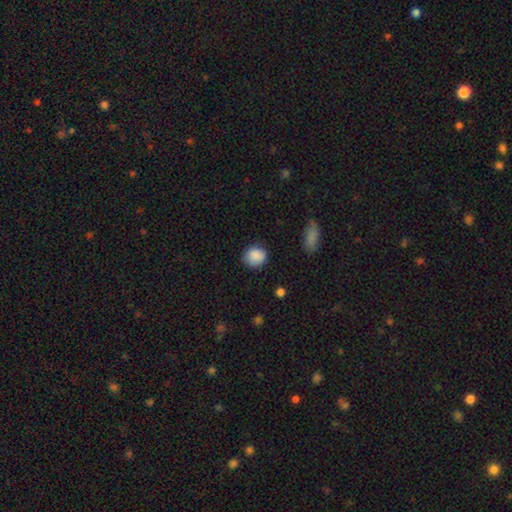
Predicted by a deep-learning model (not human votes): smooth_or_featured: smooth (p=0.88) [alt: star or artifact p=0.08]
how_rounded: round (p=0.74) [alt: in between p=0.24]
merging: none (p=0.81) [alt: minor disturbance p=0.15]